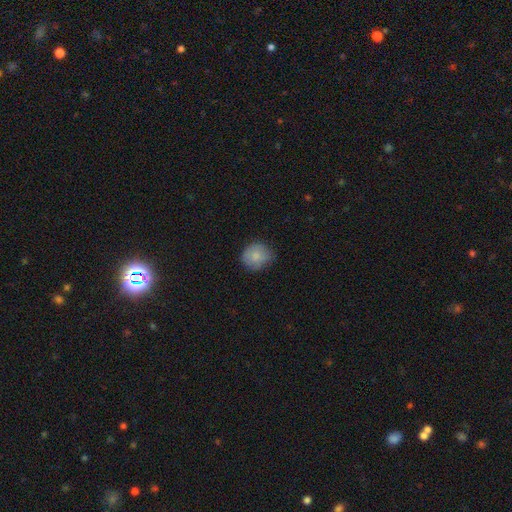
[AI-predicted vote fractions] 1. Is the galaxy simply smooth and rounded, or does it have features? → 83% smooth, 10% featured or disk, 8% star or artifact.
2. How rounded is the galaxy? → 81% round, 18% in between, 1% cigar-shaped.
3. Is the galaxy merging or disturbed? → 68% none, 26% minor disturbance, 5% major disturbance, 1% merger.